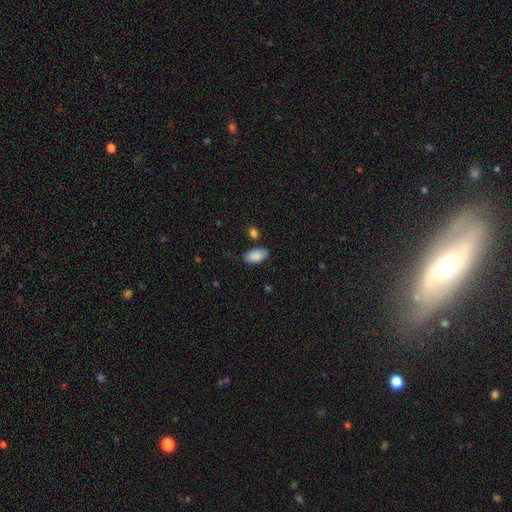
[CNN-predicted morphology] The model was most divided on "merging": none: 77%, minor disturbance: 15%, merger: 4%, major disturbance: 3%. More confident: how rounded — in between (95%); smooth or featured — smooth (88%).